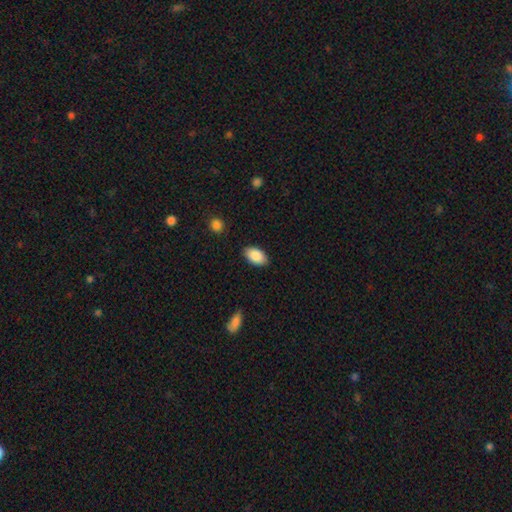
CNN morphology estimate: Smooth or featured? Predicted: smooth (p=0.89). How rounded? Predicted: in between (p=0.94). Merging? Predicted: none (p=0.86).